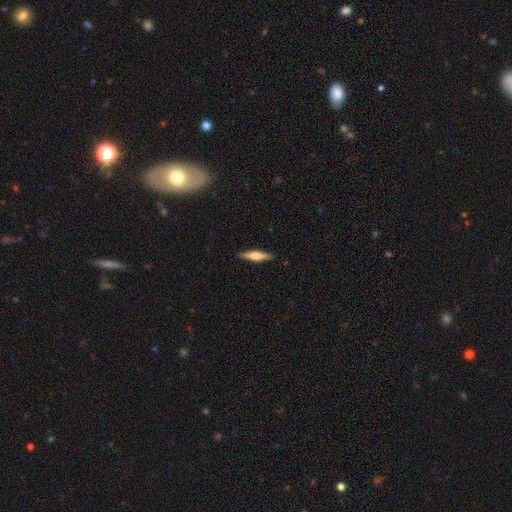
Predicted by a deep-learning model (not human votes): Smooth or featured? smooth (49%)
Merging? none (89%)